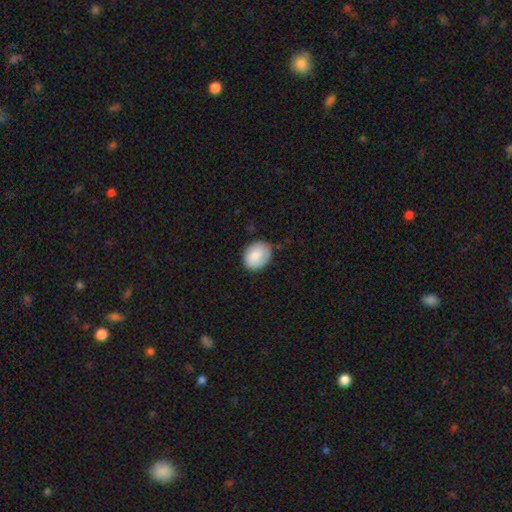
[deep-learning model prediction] Smooth or featured? Predicted: smooth (p=0.85). How rounded? Predicted: in between (p=0.59). Merging? Predicted: none (p=0.73).